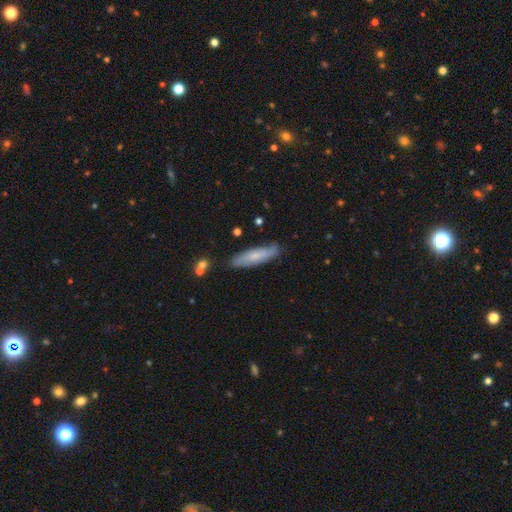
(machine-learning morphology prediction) type=smooth (54%); roundness=cigar-shaped (66%); merging=none (76%).